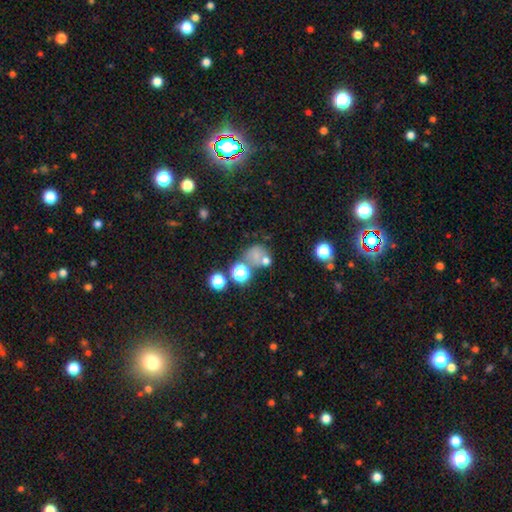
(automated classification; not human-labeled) Smooth or featured? smooth (58%)
How rounded? round (72%)
Merging? none (41%)